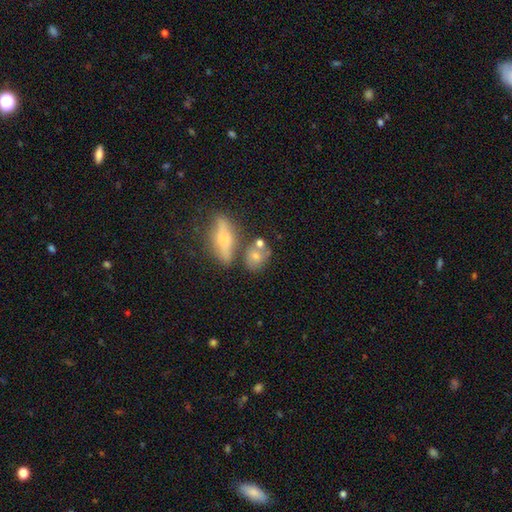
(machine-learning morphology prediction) smooth 63%, featured or disk 27%, star or artifact 10%. Down the decision tree: how rounded — in between (49%); merging — none (52%).